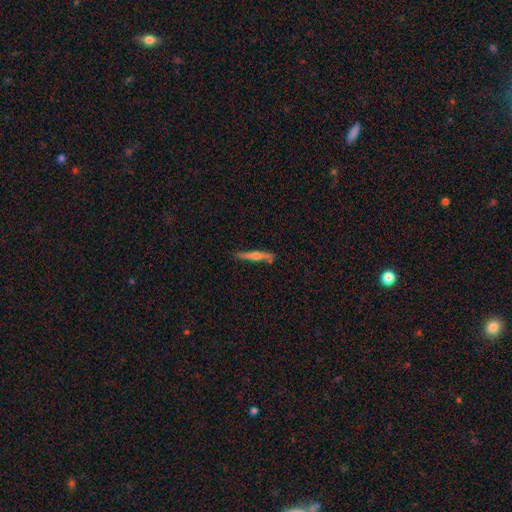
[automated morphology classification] The model was most divided on "smooth or featured": featured or disk: 62%, smooth: 31%, star or artifact: 6%. More confident: edge-on disk — yes (95%); merging — none (82%); edge-on bulge — rounded (82%).